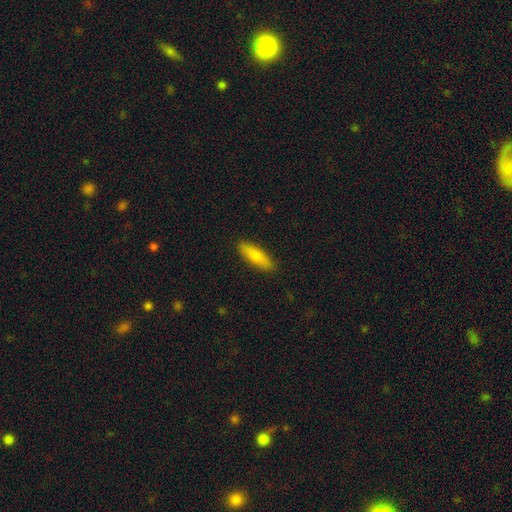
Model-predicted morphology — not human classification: smooth-or-featured: smooth: 76% | featured or disk: 18% | star or artifact: 6%
  how-rounded: in between: 51% | cigar-shaped: 47% | round: 2%
  merging: none: 89% | minor disturbance: 8% | major disturbance: 2% | merger: 1%